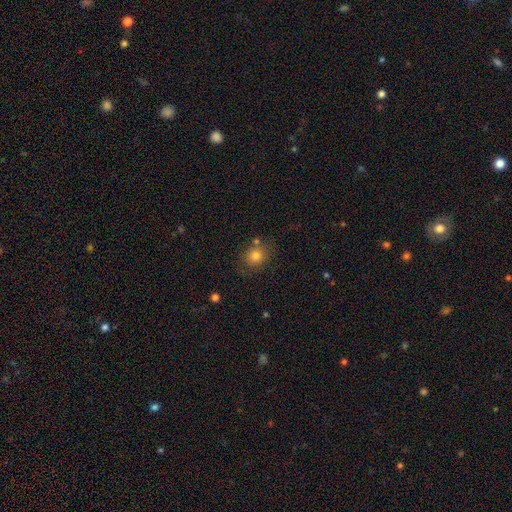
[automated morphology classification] Smooth or featured: smooth — 78% (star or artifact — 12%)
How rounded: round — 65% (in between — 34%)
Merging: none — 75% (minor disturbance — 13%)